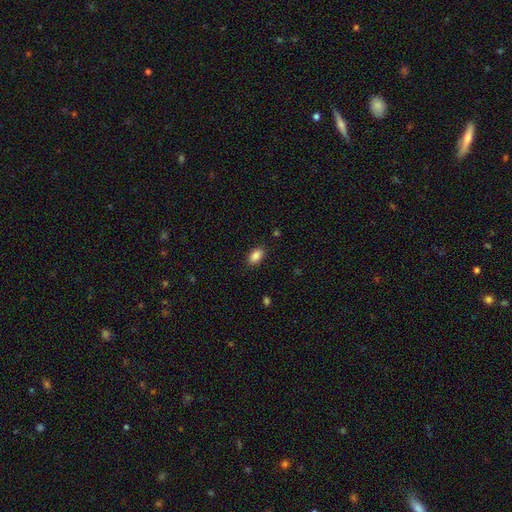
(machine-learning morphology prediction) Smooth or featured? Predicted: smooth (p=0.87). How rounded? Predicted: in between (p=0.89). Merging? Predicted: none (p=0.87).